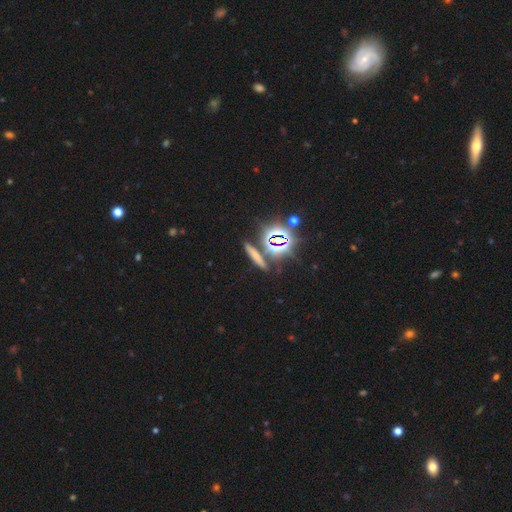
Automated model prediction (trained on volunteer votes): A smooth galaxy with no disk features (47%).

Vote fractions:
- Smooth or featured? smooth: 47% / star or artifact: 34% / featured or disk: 18%
- Merging? none: 80% / minor disturbance: 9% / merger: 8% / major disturbance: 3%